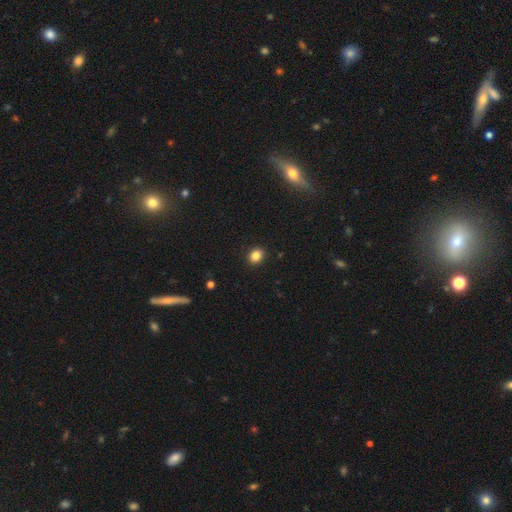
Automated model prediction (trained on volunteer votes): Morphology: type=smooth (85%); roundness=round (65%); merging=none (91%).